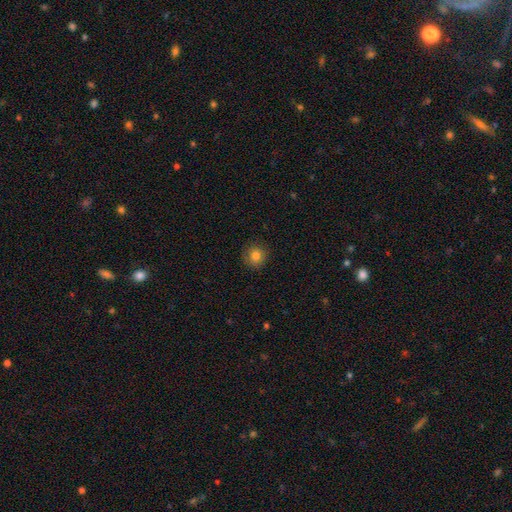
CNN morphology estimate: smooth-or-featured: smooth: 81% | star or artifact: 11% | featured or disk: 7%
  how-rounded: round: 93% | in between: 6% | cigar-shaped: 1%
  merging: none: 88% | minor disturbance: 9% | major disturbance: 2% | merger: 1%